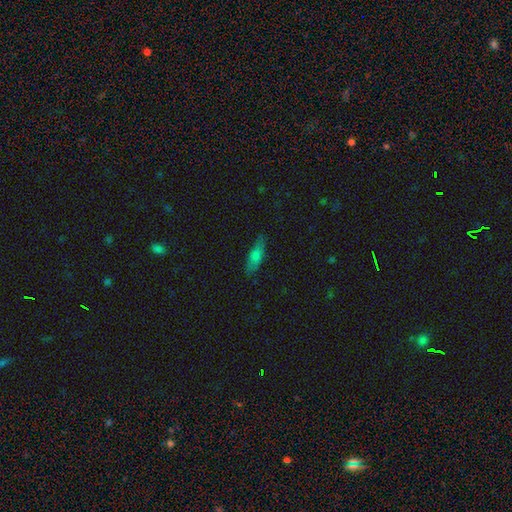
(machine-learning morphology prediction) smooth 71%, featured or disk 21%, star or artifact 8%. Down the decision tree: how rounded — in between (50%); merging — none (82%).